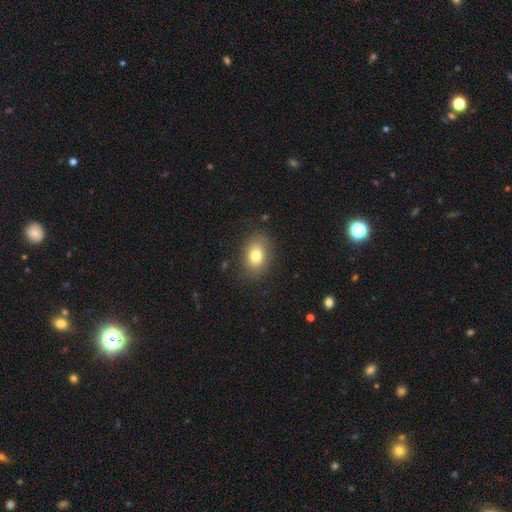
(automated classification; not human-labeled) Morphology: type=smooth (78%); roundness=in between (70%); merging=none (84%).